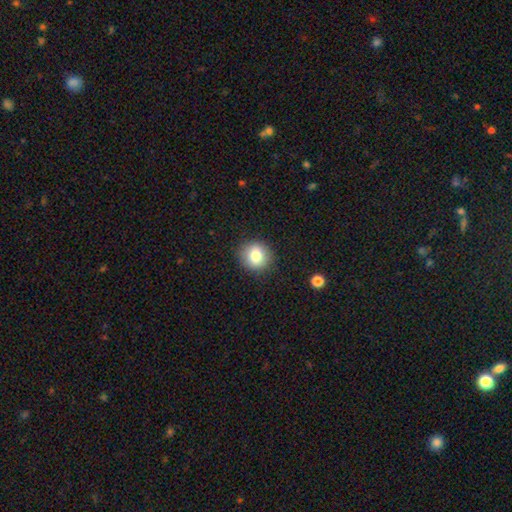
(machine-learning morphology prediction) Smooth or featured?
  - smooth: 81% *
  - star or artifact: 10%
  - featured or disk: 9%
How rounded?
  - round: 89% *
  - in between: 10%
  - cigar-shaped: 1%
Merging?
  - none: 89% *
  - minor disturbance: 7%
  - major disturbance: 2%
  - merger: 1%